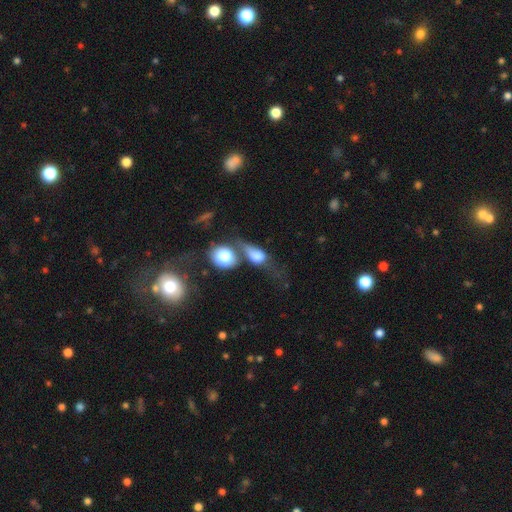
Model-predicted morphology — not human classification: The model was most divided on "how rounded": in between: 56%, round: 37%, cigar-shaped: 8%. Remaining: smooth or featured — smooth (62%); merging — merger (48%).